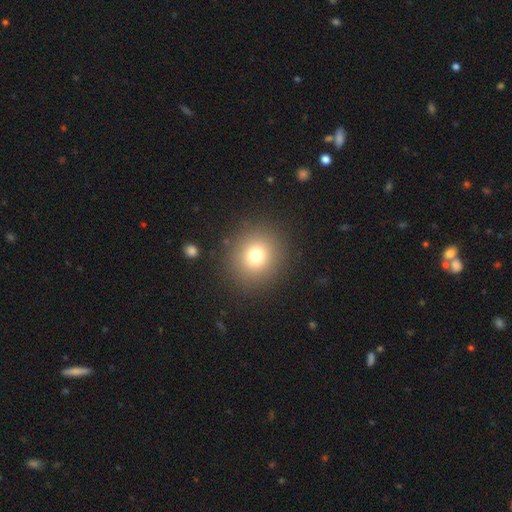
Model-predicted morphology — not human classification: smooth_or_featured: smooth (p=0.74) [alt: star or artifact p=0.15]
how_rounded: round (p=0.90) [alt: in between p=0.09]
merging: none (p=0.88) [alt: minor disturbance p=0.06]